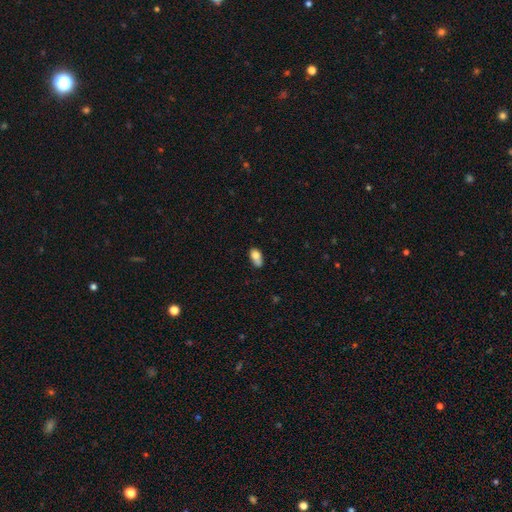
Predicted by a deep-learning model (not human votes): smooth 76%, featured or disk 15%, star or artifact 9%. Down the decision tree: how rounded — in between (85%); merging — none (42%).